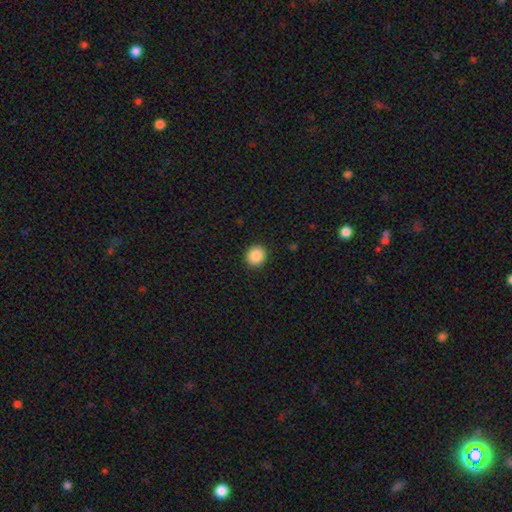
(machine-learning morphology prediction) Smooth or featured: smooth — 88% (star or artifact — 9%)
How rounded: round — 86% (in between — 13%)
Merging: none — 91% (minor disturbance — 6%)